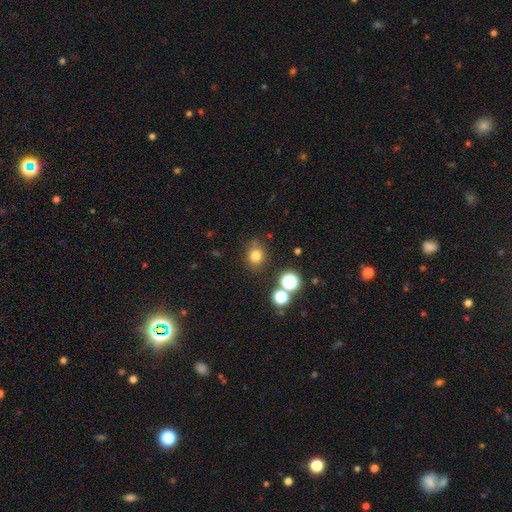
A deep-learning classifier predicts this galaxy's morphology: Smooth or featured? Predicted: smooth (p=0.77). How rounded? Predicted: round (p=0.77). Merging? Predicted: none (p=0.78).